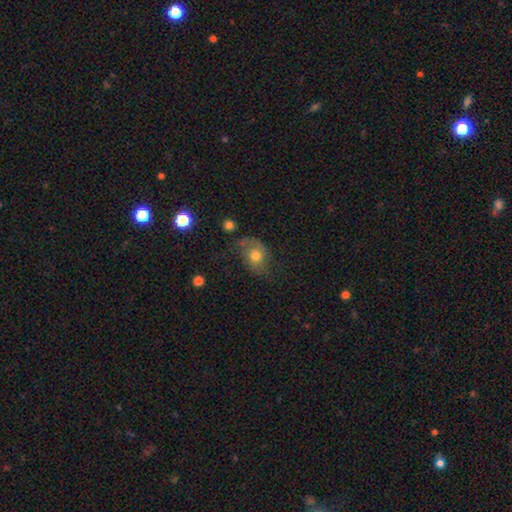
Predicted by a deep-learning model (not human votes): Morphology: type=smooth (45%, tied with featured or disk); merging=none (53%).